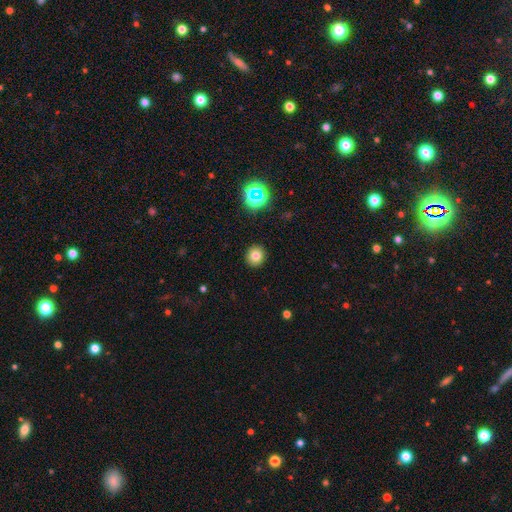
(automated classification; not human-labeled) Morphology: type=smooth (77%); roundness=round (86%); merging=none (91%).